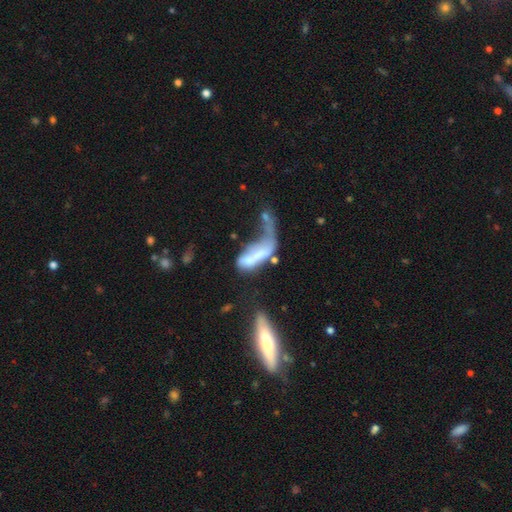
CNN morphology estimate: This is possibly a smooth galaxy (46%). Merging: marginally merger (41%).